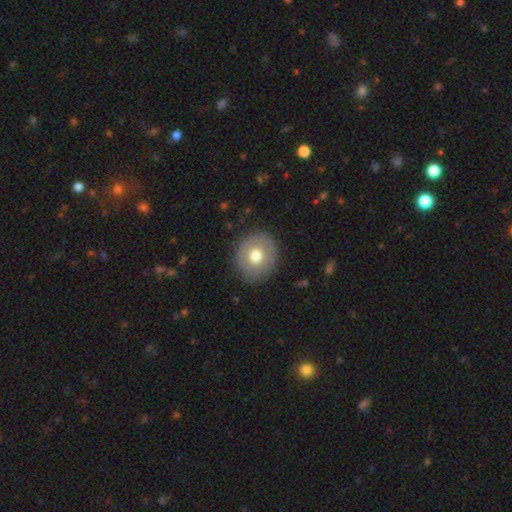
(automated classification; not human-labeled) Q: Smooth or featured?
A: smooth (68%); runner-up: featured or disk (24%)
Q: How rounded?
A: round (83%); runner-up: in between (16%)
Q: Merging?
A: none (86%); runner-up: minor disturbance (9%)